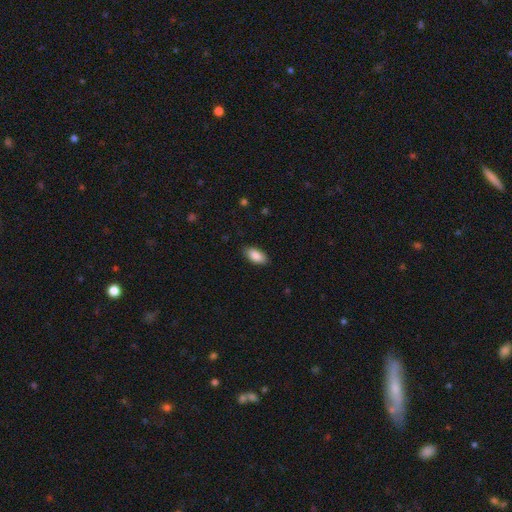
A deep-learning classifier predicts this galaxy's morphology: Smooth or featured?
  - smooth: 88% *
  - star or artifact: 6%
  - featured or disk: 6%
How rounded?
  - in between: 93% *
  - cigar-shaped: 5%
  - round: 3%
Merging?
  - none: 86% *
  - minor disturbance: 10%
  - major disturbance: 2%
  - merger: 1%